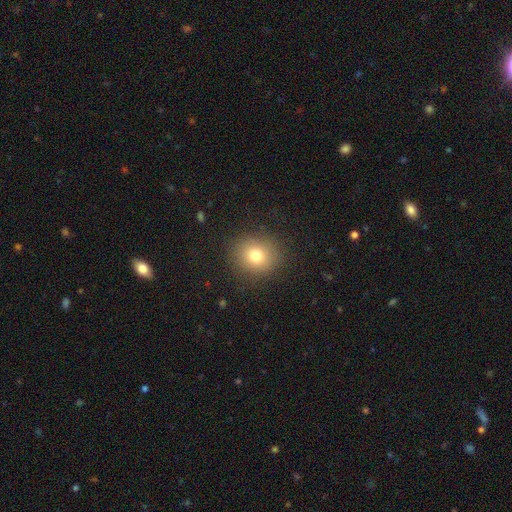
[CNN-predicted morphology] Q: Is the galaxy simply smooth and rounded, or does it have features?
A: smooth — 76%.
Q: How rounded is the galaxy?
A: round — 81%.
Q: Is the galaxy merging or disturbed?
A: none — 87%.